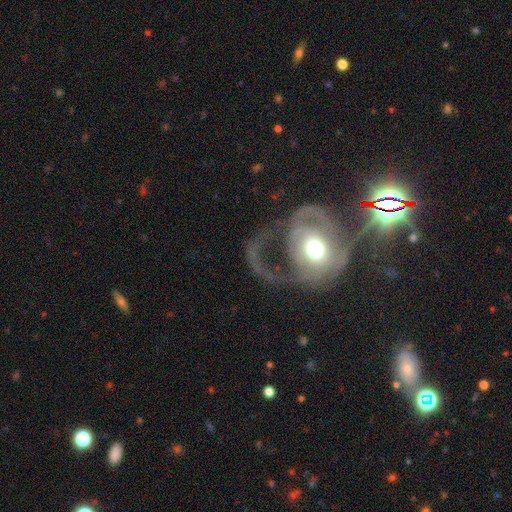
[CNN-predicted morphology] Q: Smooth or featured?
A: featured or disk (66%); runner-up: smooth (22%)
Q: Edge-on disk?
A: no (96%); runner-up: yes (4%)
Q: Bar?
A: no (69%); runner-up: weak (21%)
Q: Spiral arms?
A: yes (63%); runner-up: no (37%)
Q: Bulge size?
A: moderate (68%); runner-up: large (19%)
Q: Merging?
A: major disturbance (54%); runner-up: none (26%)